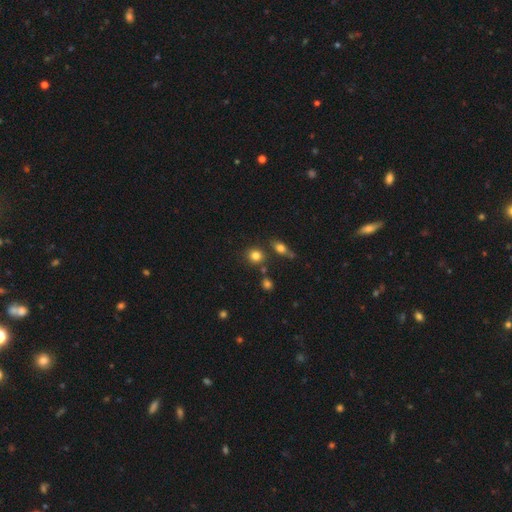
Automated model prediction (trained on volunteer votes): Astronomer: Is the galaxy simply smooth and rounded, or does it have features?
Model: smooth — 80%.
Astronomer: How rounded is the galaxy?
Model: round — 84%.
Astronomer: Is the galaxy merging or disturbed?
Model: none — 77%.